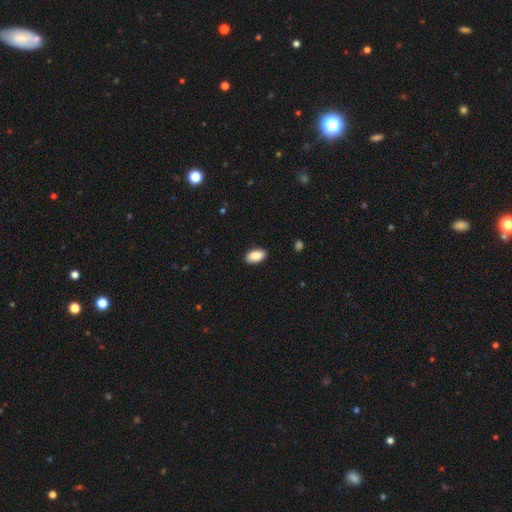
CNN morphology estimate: A smooth galaxy with no disk features (89%) that is in between round and cigar-shaped (94%).

Vote fractions:
- Smooth or featured? smooth: 89% / star or artifact: 7% / featured or disk: 4%
- How rounded? in between: 94% / round: 4% / cigar-shaped: 2%
- Merging? none: 89% / minor disturbance: 8% / major disturbance: 2% / merger: 1%